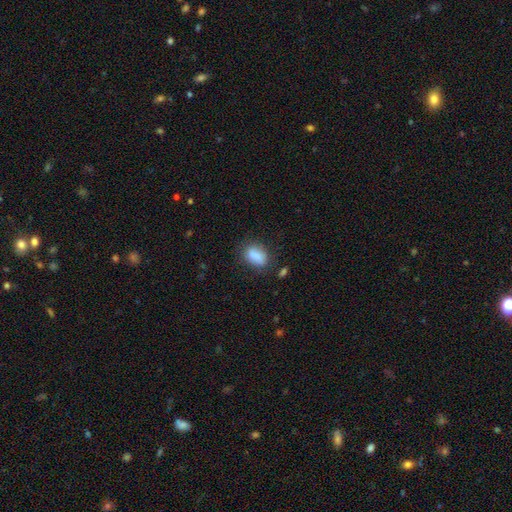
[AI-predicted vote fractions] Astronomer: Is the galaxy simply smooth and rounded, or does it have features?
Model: smooth — 84%.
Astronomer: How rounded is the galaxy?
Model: in between — 83%.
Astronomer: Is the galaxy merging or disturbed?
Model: none — 66%.